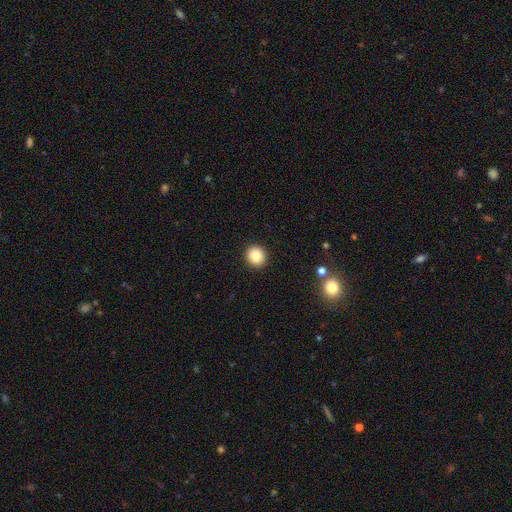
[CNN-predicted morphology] Smooth or featured? smooth (85%)
How rounded? round (90%)
Merging? none (93%)